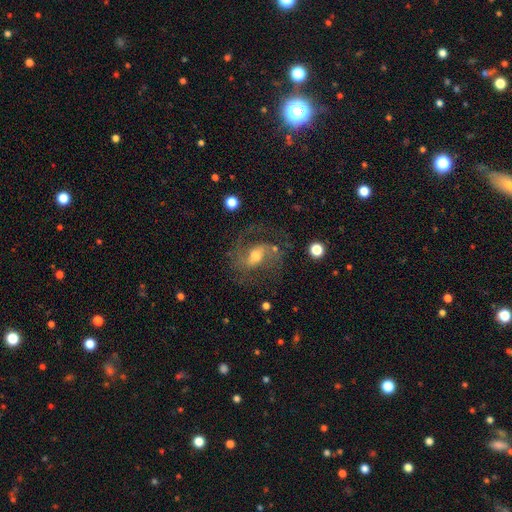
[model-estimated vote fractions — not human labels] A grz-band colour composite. It shows a featured or disk galaxy (80%) with a weak bar (51%), 2 (75%) medium (55%) spiral arms (92%) and a moderate central bulge (59%). Merging: none (63%).